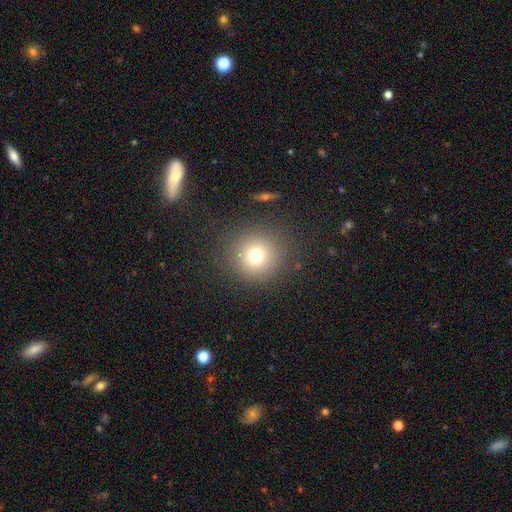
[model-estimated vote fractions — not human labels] Morphology: type=smooth (74%); roundness=round (93%); merging=none (87%).